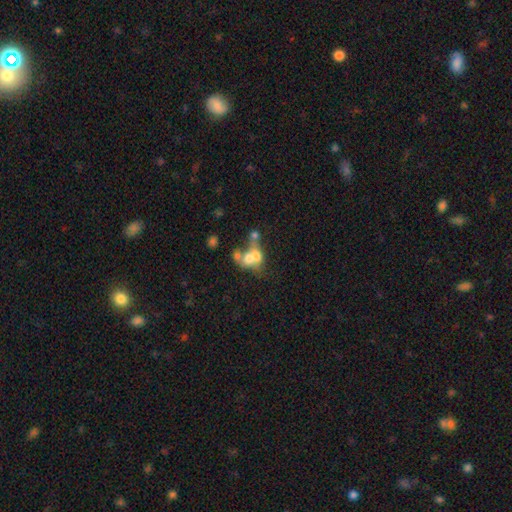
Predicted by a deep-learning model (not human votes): A smooth galaxy with no disk features (53%) that is in between round and cigar-shaped (51%). Merging: merger (66%).